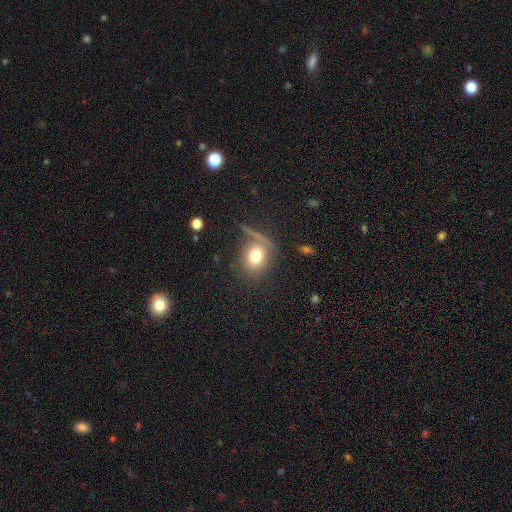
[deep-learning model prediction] smooth_or_featured: smooth (p=0.74) [alt: featured or disk p=0.14]
how_rounded: round (p=0.57) [alt: in between p=0.41]
merging: none (p=0.64) [alt: minor disturbance p=0.17]